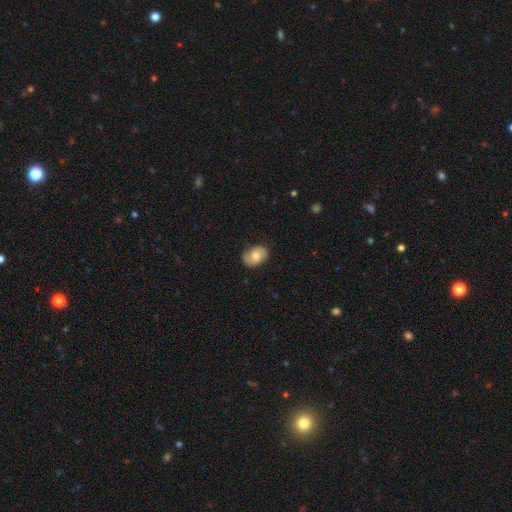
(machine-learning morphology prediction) The model was most divided on "smooth or featured": smooth: 57%, featured or disk: 35%, star or artifact: 7%. More confident: merging — none (80%); how rounded — in between (75%).